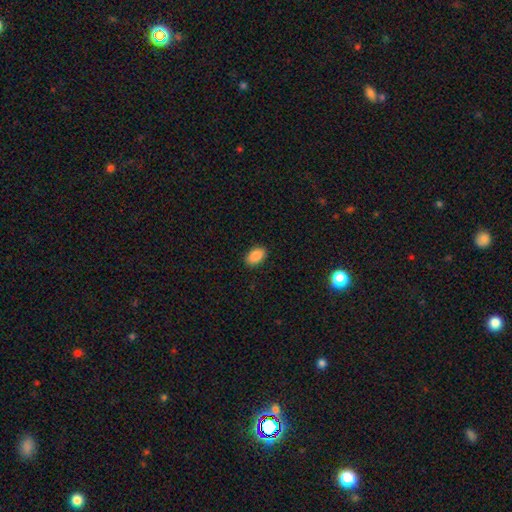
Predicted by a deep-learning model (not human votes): Overall: smooth (90%). How rounded: in between (93%). Merging: none (90%).